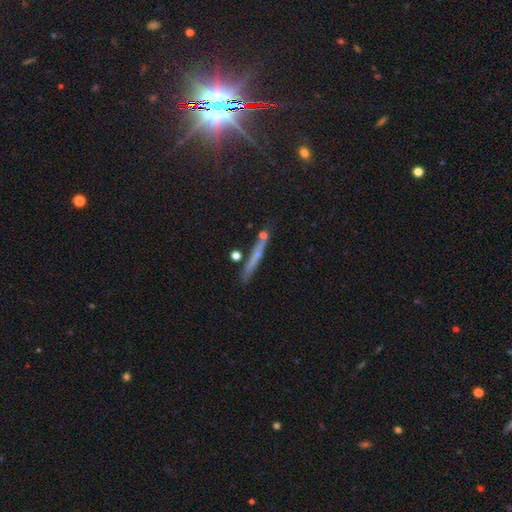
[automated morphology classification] smooth 44%, featured or disk 41%, star or artifact 15%. Down the decision tree: merging — none (79%).